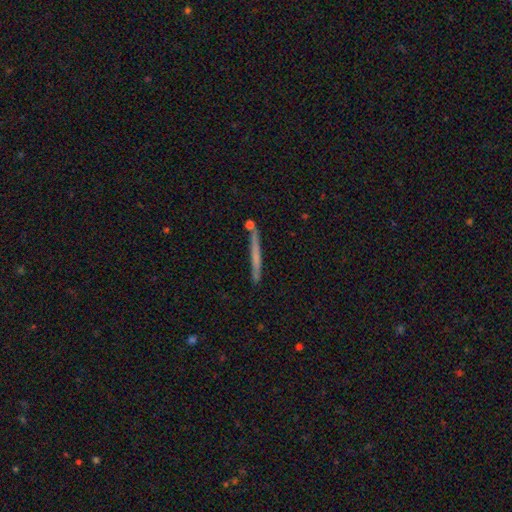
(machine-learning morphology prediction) Smooth or featured: smooth — 49% (featured or disk — 44%)
Merging: none — 83% (minor disturbance — 10%)